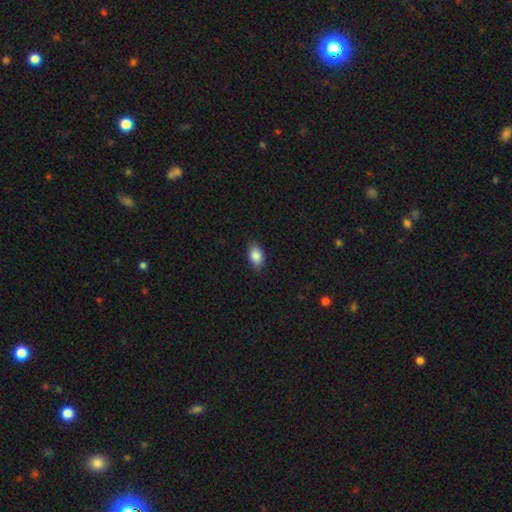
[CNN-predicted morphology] smooth_or_featured: smooth (p=0.88) [alt: star or artifact p=0.07]
how_rounded: in between (p=0.89) [alt: round p=0.09]
merging: none (p=0.86) [alt: minor disturbance p=0.11]